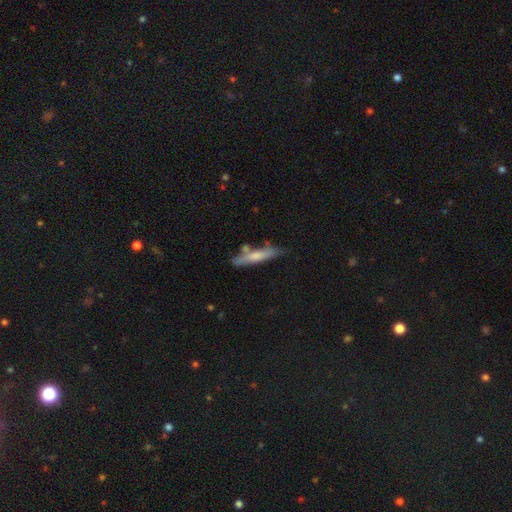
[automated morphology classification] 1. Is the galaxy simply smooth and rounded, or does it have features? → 56% smooth, 39% featured or disk, 6% star or artifact.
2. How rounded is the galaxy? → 89% cigar-shaped, 9% in between, 2% round.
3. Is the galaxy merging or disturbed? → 68% none, 18% minor disturbance, 10% merger, 4% major disturbance.